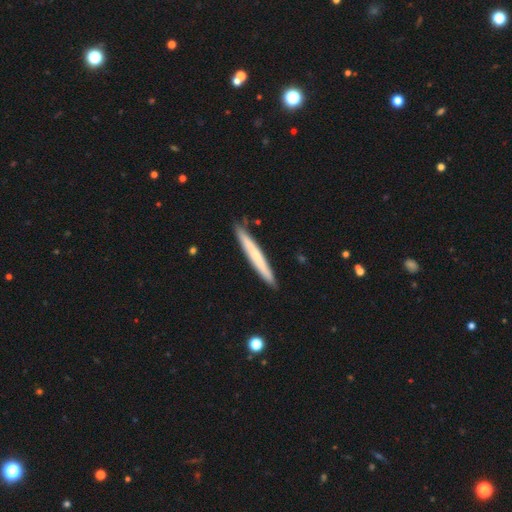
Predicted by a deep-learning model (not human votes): Smooth or featured? Predicted: smooth (p=0.56). How rounded? Predicted: cigar-shaped (p=0.96). Merging? Predicted: none (p=0.89).